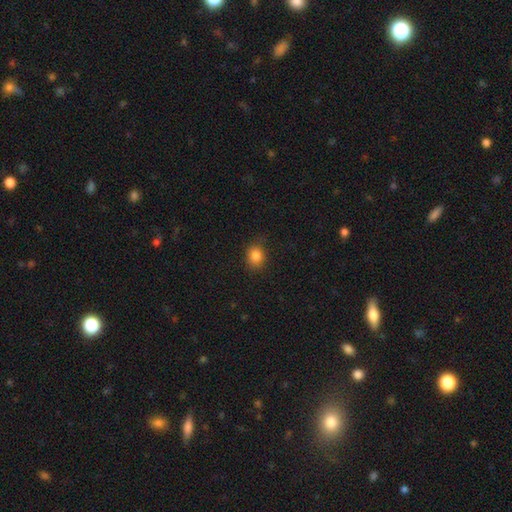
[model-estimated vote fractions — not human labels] Smooth or featured: smooth — 84% (star or artifact — 11%)
How rounded: round — 62% (in between — 37%)
Merging: none — 80% (minor disturbance — 15%)